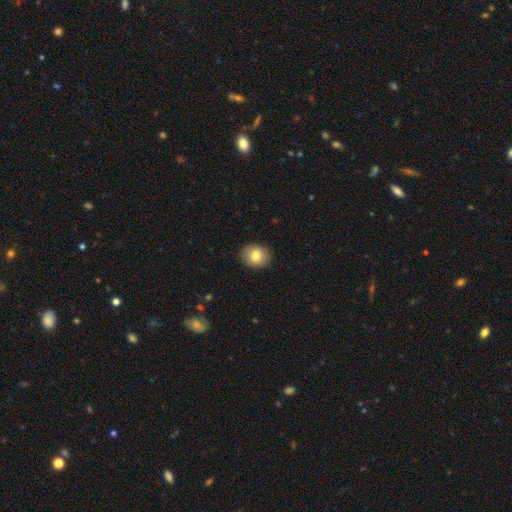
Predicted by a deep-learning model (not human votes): Smooth or featured: smooth — 79% (featured or disk — 12%)
How rounded: round — 61% (in between — 38%)
Merging: none — 90% (minor disturbance — 7%)